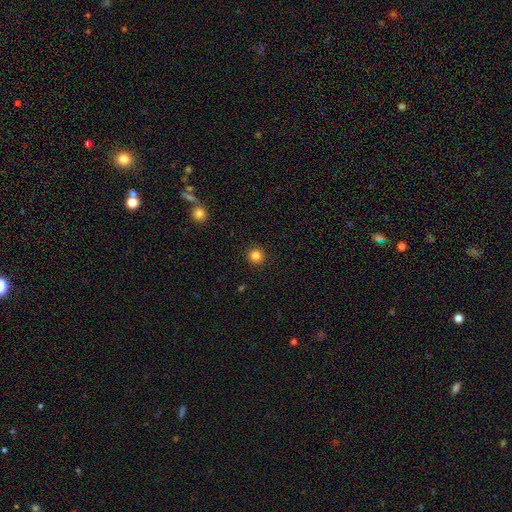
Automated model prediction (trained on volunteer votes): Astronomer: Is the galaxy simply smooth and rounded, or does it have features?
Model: smooth — 83%.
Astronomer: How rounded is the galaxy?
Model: round — 95%.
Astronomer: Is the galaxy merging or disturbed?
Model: none — 93%.